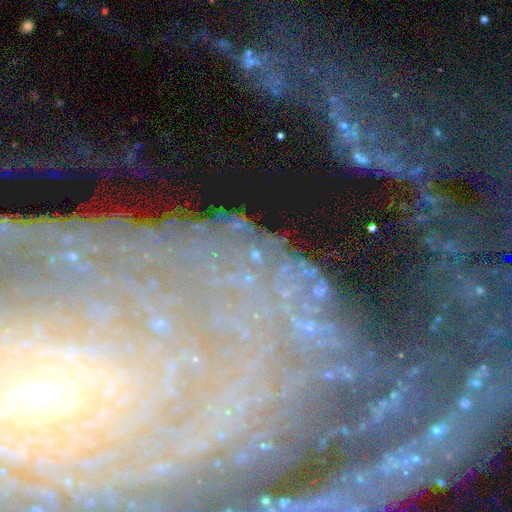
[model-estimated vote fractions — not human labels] Smooth or featured: star or artifact — 46% (featured or disk — 39%)